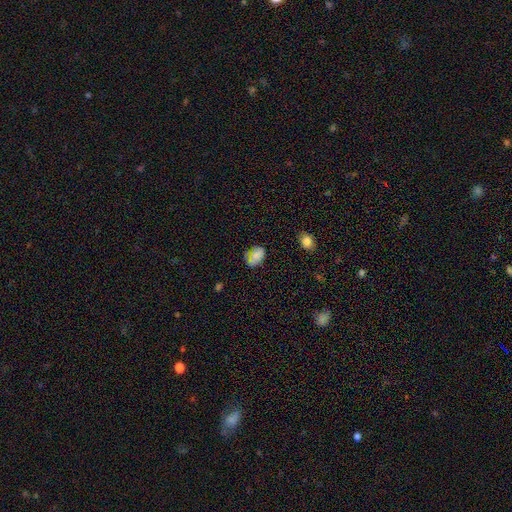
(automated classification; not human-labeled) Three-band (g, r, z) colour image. It shows a smooth galaxy with no disk features (69%) that is in between round and cigar-shaped (78%). Merging: none (60%).